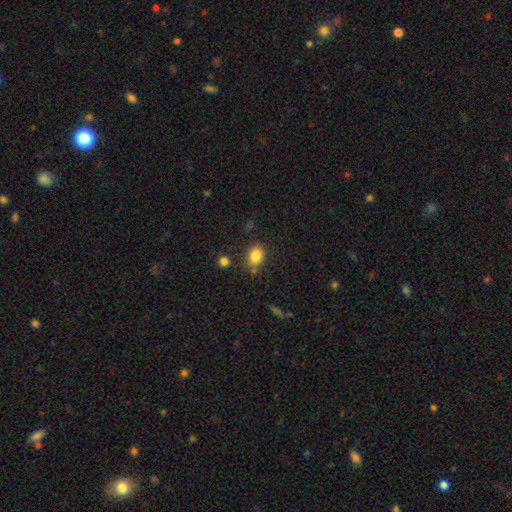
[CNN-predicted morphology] This appears to be a smooth galaxy with no disk features (84%) that is in between round and cigar-shaped (60%). Merging: none (76%).